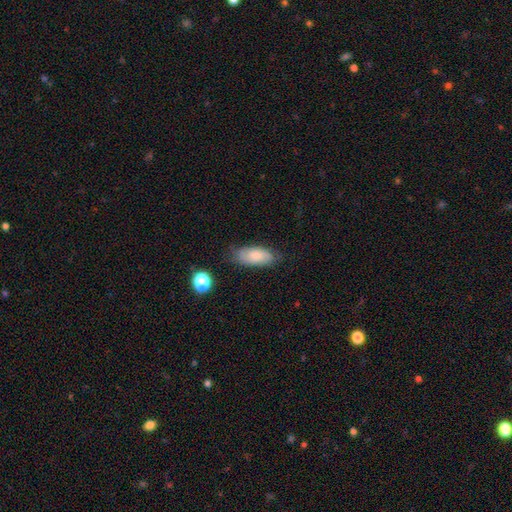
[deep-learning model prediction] A smooth galaxy with no disk features (71%) that is in between round and cigar-shaped (85%).

Vote fractions:
- Smooth or featured? smooth: 71% / featured or disk: 21% / star or artifact: 8%
- How rounded? in between: 85% / cigar-shaped: 12% / round: 3%
- Merging? none: 72% / minor disturbance: 21% / major disturbance: 5% / merger: 2%